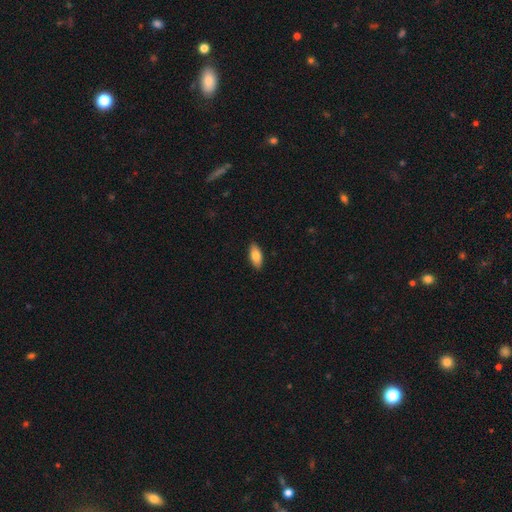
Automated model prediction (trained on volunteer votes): Smooth or featured? smooth (81%)
How rounded? in between (86%)
Merging? none (89%)